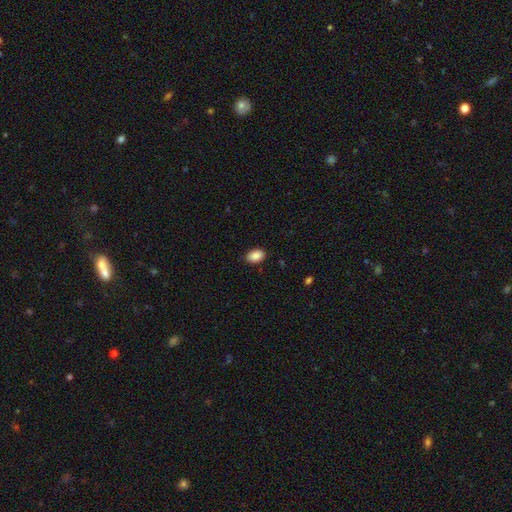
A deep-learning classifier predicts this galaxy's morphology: A smooth galaxy with no disk features (88%) that is in between round and cigar-shaped (87%).

Vote fractions:
- Smooth or featured? smooth: 88% / star or artifact: 7% / featured or disk: 4%
- How rounded? in between: 87% / round: 11% / cigar-shaped: 1%
- Merging? none: 87% / minor disturbance: 10% / major disturbance: 2% / merger: 1%